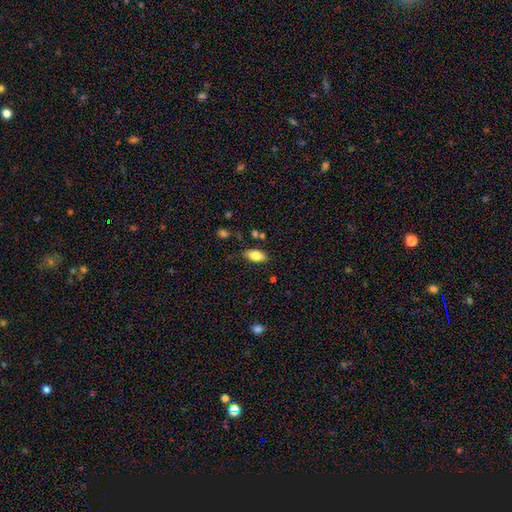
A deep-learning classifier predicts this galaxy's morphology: smooth 81%, featured or disk 12%, star or artifact 8%. Down the decision tree: how rounded — in between (90%); merging — none (79%).